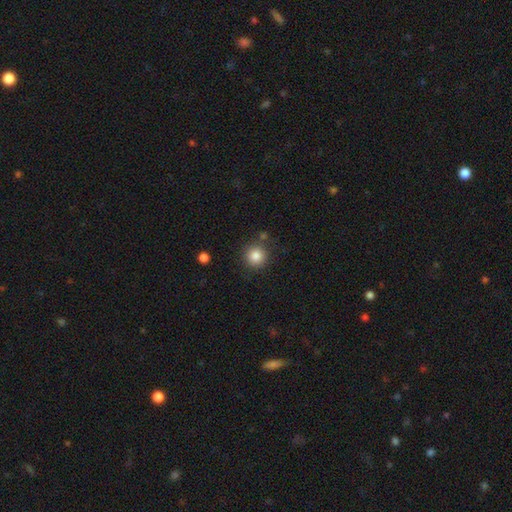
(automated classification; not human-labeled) Smooth or featured?
  - smooth: 84% *
  - star or artifact: 10%
  - featured or disk: 6%
How rounded?
  - round: 94% *
  - in between: 5%
  - cigar-shaped: 1%
Merging?
  - none: 84% *
  - minor disturbance: 8%
  - merger: 5%
  - major disturbance: 3%